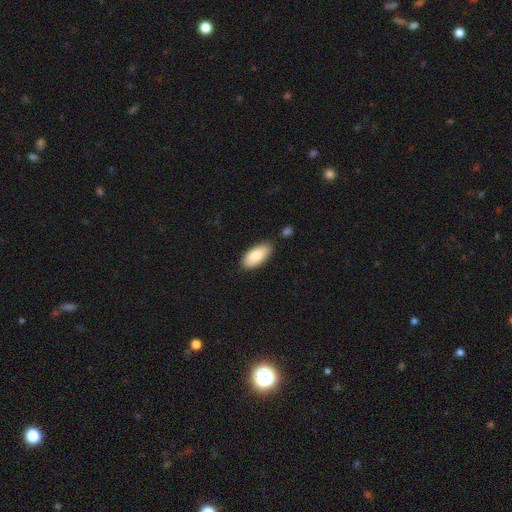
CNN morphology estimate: Overall: smooth (86%). How rounded: in between (90%). Merging: none (80%).